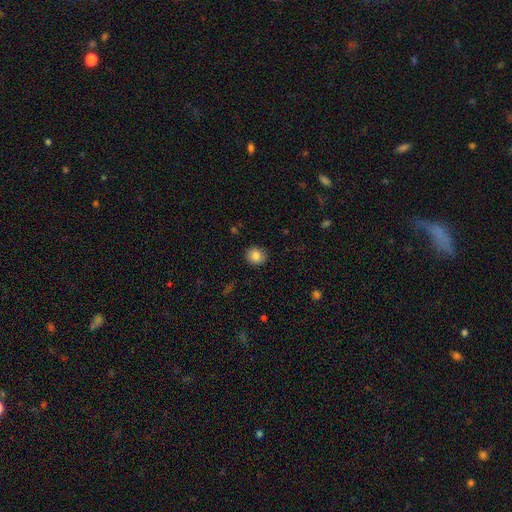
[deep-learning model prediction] This is clearly a smooth galaxy (84%). How rounded: likely round (79%). Merging: clearly none (89%).